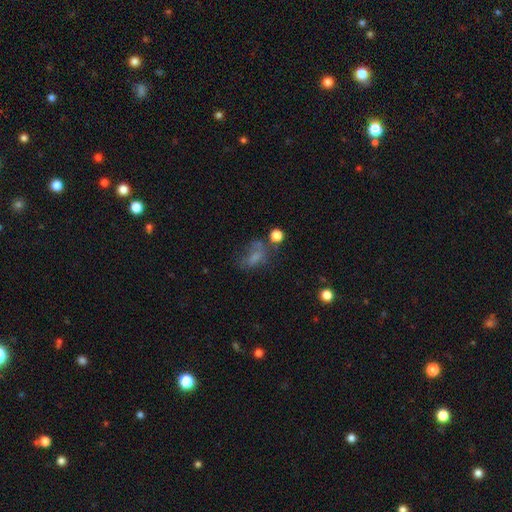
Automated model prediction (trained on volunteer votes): Smooth or featured: smooth — 54% (featured or disk — 25%)
How rounded: in between — 75% (round — 20%)
Merging: major disturbance — 34% (none — 33%)